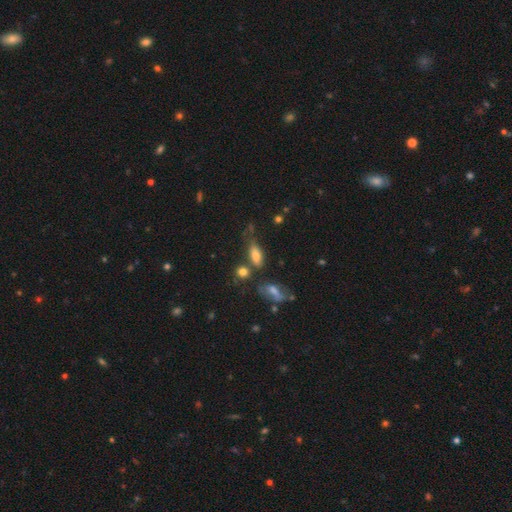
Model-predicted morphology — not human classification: Smooth or featured? Predicted: smooth (p=0.76). How rounded? Predicted: in between (p=0.78). Merging? Predicted: none (p=0.53).